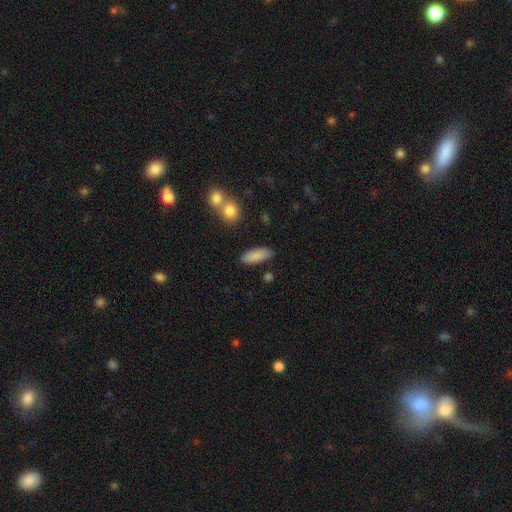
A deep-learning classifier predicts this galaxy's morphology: A smooth galaxy with no disk features (88%) that is in between round and cigar-shaped (72%).

Vote fractions:
- Smooth or featured? smooth: 88% / star or artifact: 6% / featured or disk: 6%
- How rounded? in between: 72% / cigar-shaped: 26% / round: 2%
- Merging? none: 85% / minor disturbance: 10% / merger: 3% / major disturbance: 2%